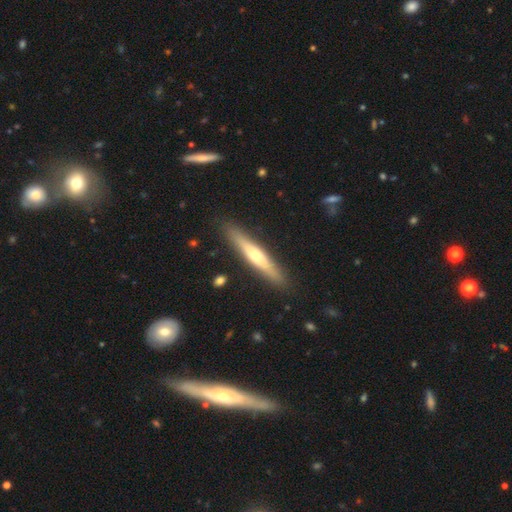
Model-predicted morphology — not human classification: type=featured or disk (51%); edge-on=yes (93%); merging=none (89%).